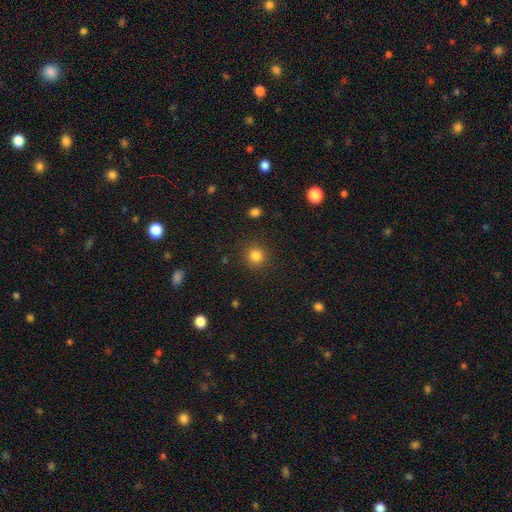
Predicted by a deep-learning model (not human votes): Q: Smooth or featured?
A: smooth (83%); runner-up: star or artifact (12%)
Q: How rounded?
A: round (92%); runner-up: in between (7%)
Q: Merging?
A: none (89%); runner-up: minor disturbance (7%)